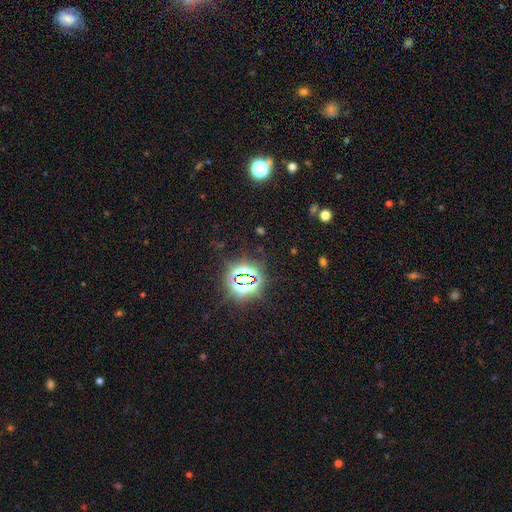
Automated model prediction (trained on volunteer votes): Smooth or featured?
  - star or artifact: 81% *
  - smooth: 12%
  - featured or disk: 7%